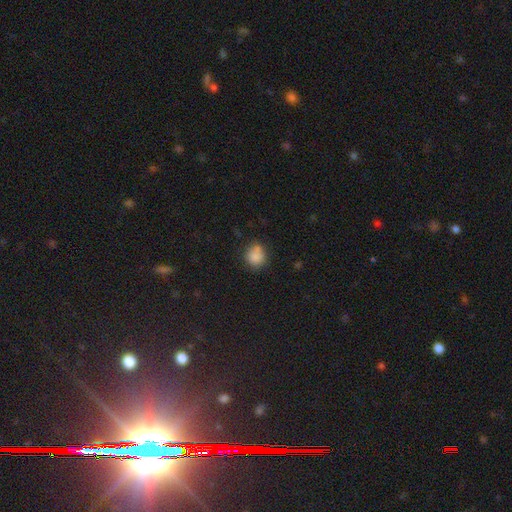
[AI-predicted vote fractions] smooth 82%, star or artifact 10%, featured or disk 8%. Down the decision tree: how rounded — round (80%); merging — none (61%).